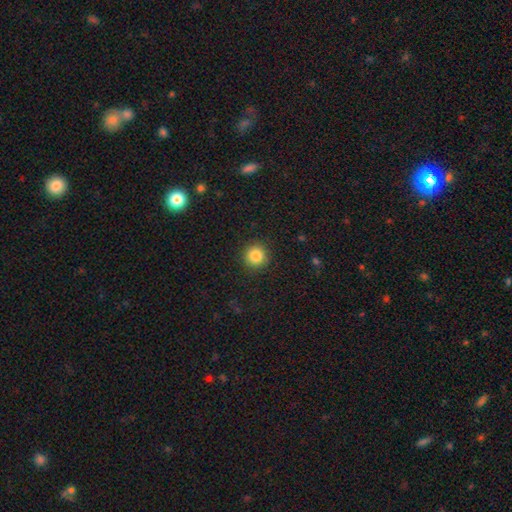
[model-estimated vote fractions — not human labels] smooth 85%, star or artifact 10%, featured or disk 4%. Down the decision tree: how rounded — round (94%); merging — none (91%).